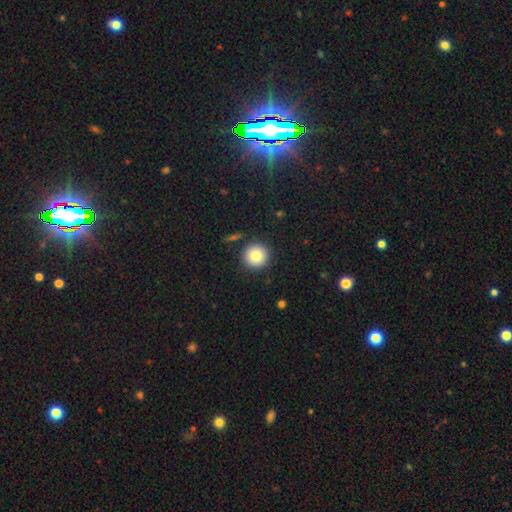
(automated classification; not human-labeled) A smooth galaxy with no disk features (82%) that is round (95%).

Vote fractions:
- Smooth or featured? smooth: 82% / star or artifact: 10% / featured or disk: 8%
- How rounded? round: 95% / in between: 4% / cigar-shaped: 1%
- Merging? none: 88% / minor disturbance: 7% / merger: 3% / major disturbance: 2%